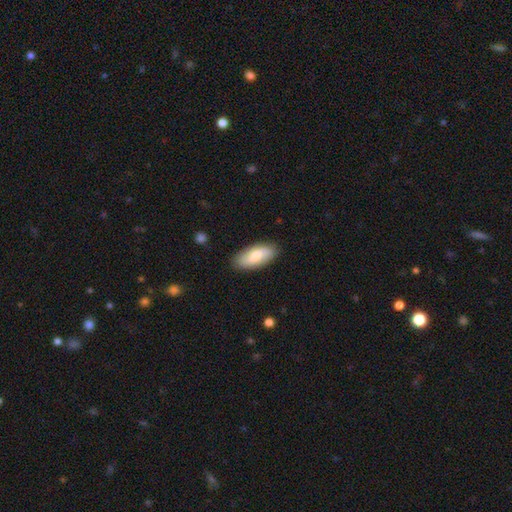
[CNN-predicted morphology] Smooth or featured: smooth — 75% (featured or disk — 20%)
How rounded: in between — 88% (cigar-shaped — 10%)
Merging: none — 87% (minor disturbance — 10%)